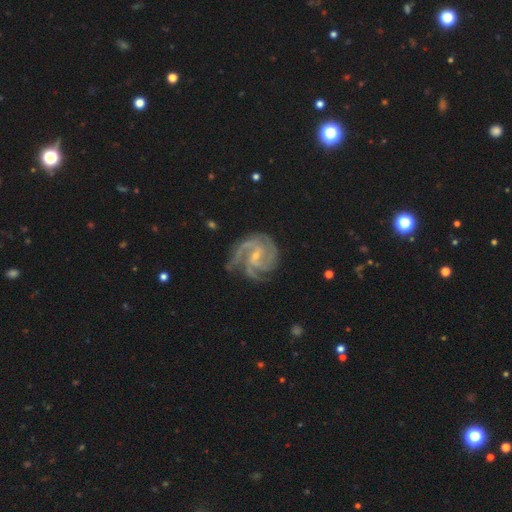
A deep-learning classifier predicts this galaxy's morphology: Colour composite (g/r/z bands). It shows a featured or disk galaxy (92%) with a weak bar (42%, tied with no), 3 (49%) tight (58%) spiral arms (99%) and a small central bulge (73%). Merging: none (73%).